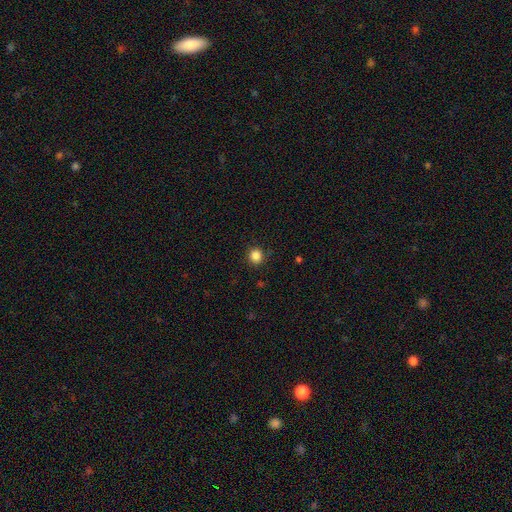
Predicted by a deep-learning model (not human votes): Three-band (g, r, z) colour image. It shows a smooth galaxy with no disk features (85%) that is round (91%). Merging: none (89%).